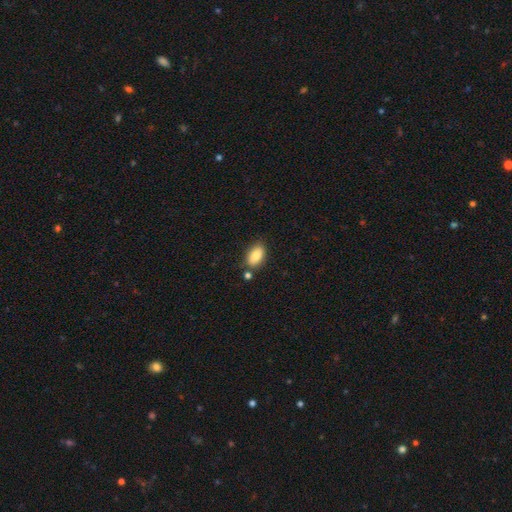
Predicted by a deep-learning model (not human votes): This is clearly a smooth galaxy (84%). How rounded: clearly in between (91%). Merging: likely none (75%).